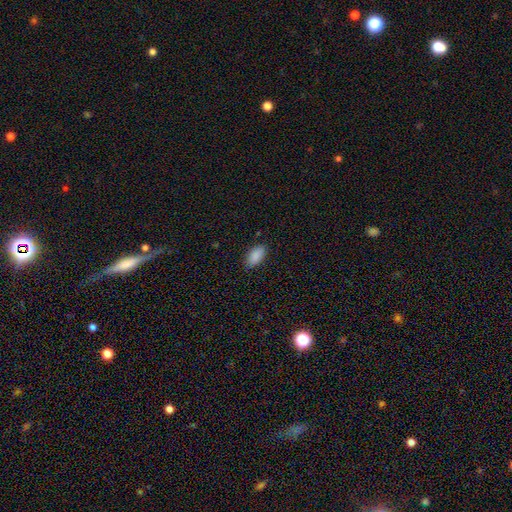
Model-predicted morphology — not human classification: The model was most divided on "merging": none: 85%, minor disturbance: 11%, major disturbance: 3%, merger: 1%. More confident: how rounded — in between (93%); smooth or featured — smooth (89%).